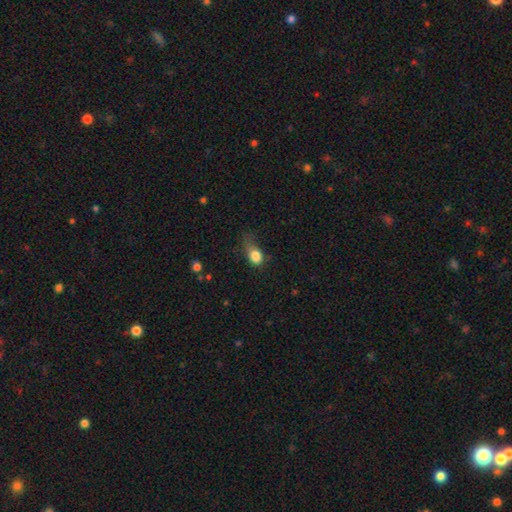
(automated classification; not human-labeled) Overall: smooth (82%). How rounded: in between (60%; round 37%). Merging: major disturbance (37%; minor disturbance 35%).